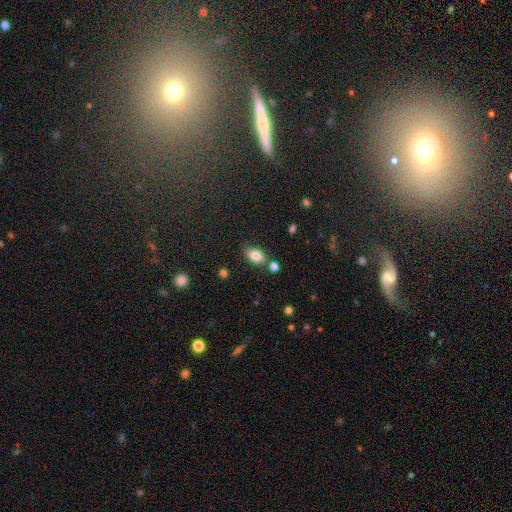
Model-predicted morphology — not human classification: Smooth or featured: smooth — 81% (featured or disk — 10%)
How rounded: in between — 85% (round — 13%)
Merging: none — 70% (minor disturbance — 16%)